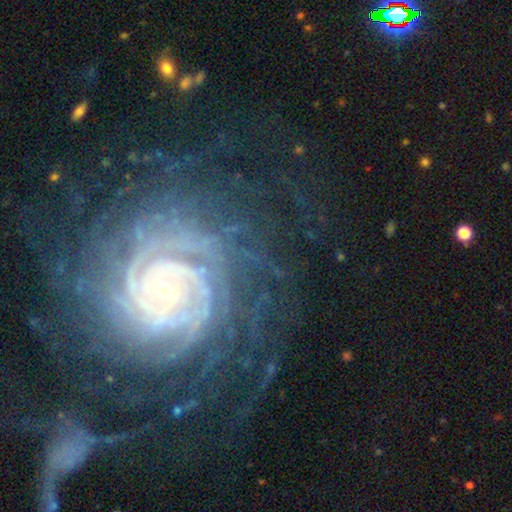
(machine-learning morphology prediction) featured or disk 87%, star or artifact 8%, smooth 4%. Down the decision tree: edge-on disk — no (97%); bar — no (40%); spiral arms — yes (98%); spiral arm count — more than 4 (25%); spiral winding — tight (80%); bulge size — small (71%); merging — none (74%).